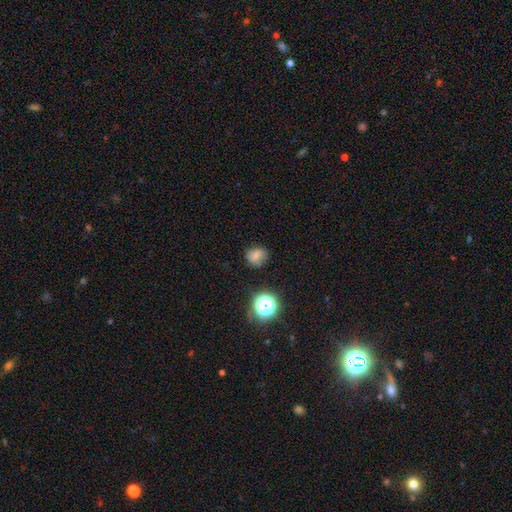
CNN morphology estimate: Overall: smooth (74%). How rounded: round (72%). Merging: none (74%).